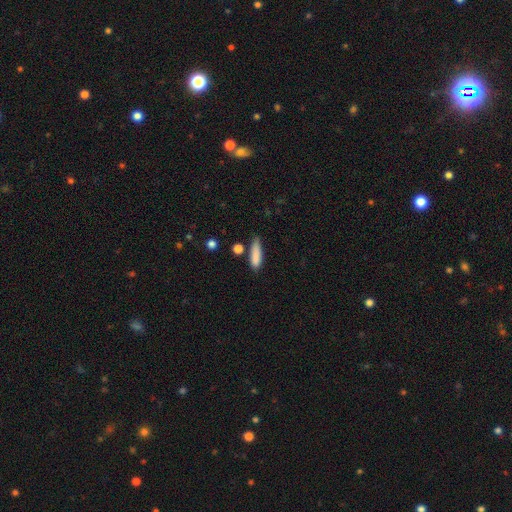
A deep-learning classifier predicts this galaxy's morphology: Smooth or featured? Predicted: smooth (p=0.84). How rounded? Predicted: cigar-shaped (p=0.65). Merging? Predicted: none (p=0.65).